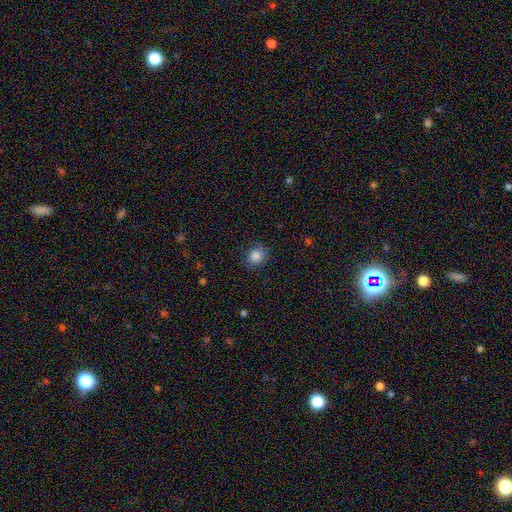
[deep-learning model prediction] This appears to be a smooth galaxy with no disk features (85%) that is round (80%). Merging: none (82%).